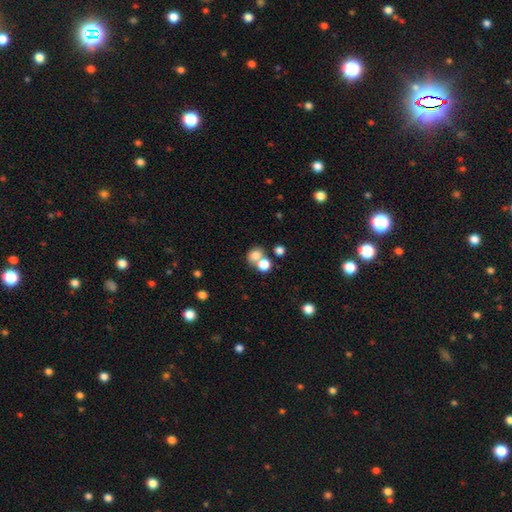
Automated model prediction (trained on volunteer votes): Q: Smooth or featured?
A: smooth (76%); runner-up: star or artifact (13%)
Q: How rounded?
A: round (58%); runner-up: in between (41%)
Q: Merging?
A: merger (47%); runner-up: none (40%)